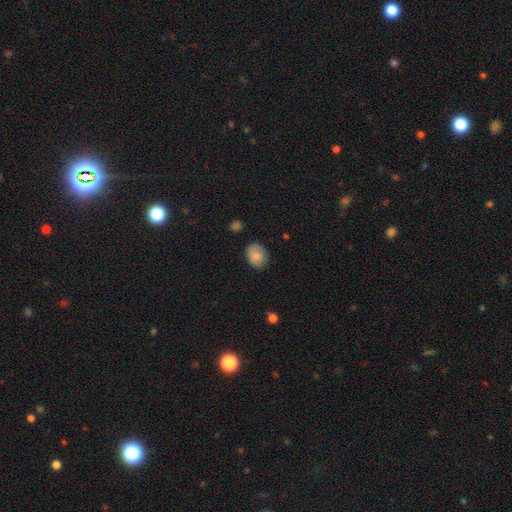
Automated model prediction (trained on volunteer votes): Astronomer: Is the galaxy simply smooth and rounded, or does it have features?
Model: smooth — 81%.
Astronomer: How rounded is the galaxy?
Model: in between — 64%.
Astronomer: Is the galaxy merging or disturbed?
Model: none — 74%.